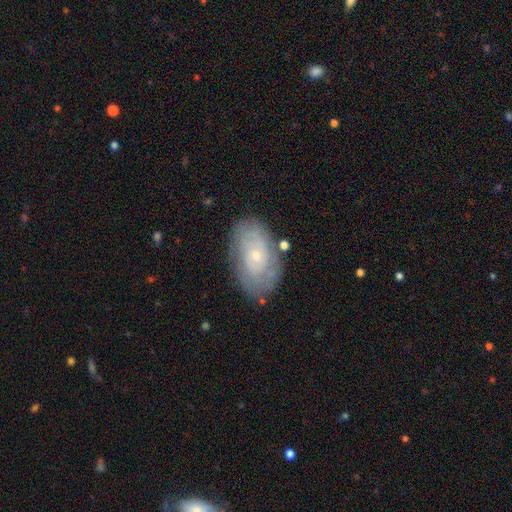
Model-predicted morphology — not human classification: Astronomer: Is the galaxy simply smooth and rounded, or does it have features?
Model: featured or disk — 63%.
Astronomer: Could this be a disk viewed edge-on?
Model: no — 94%.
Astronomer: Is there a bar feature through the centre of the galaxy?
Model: no — 80%.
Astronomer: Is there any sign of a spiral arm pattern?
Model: yes — 75%.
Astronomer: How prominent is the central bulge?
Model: small — 74%.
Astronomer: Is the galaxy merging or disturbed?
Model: none — 76%.